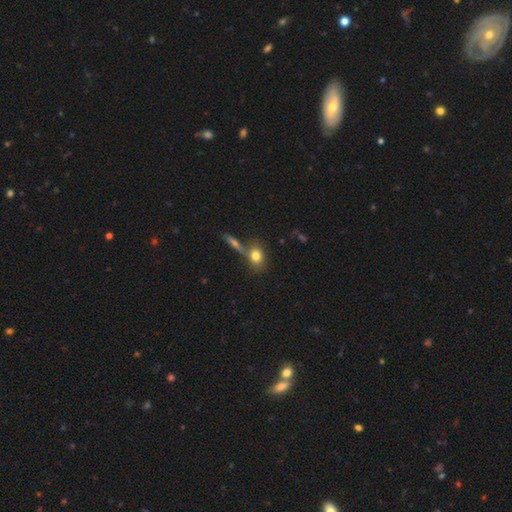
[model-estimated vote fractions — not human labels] Smooth or featured?
  - smooth: 77% *
  - featured or disk: 13%
  - star or artifact: 9%
How rounded?
  - in between: 55% *
  - round: 40%
  - cigar-shaped: 5%
Merging?
  - none: 52% *
  - merger: 32%
  - minor disturbance: 12%
  - major disturbance: 5%